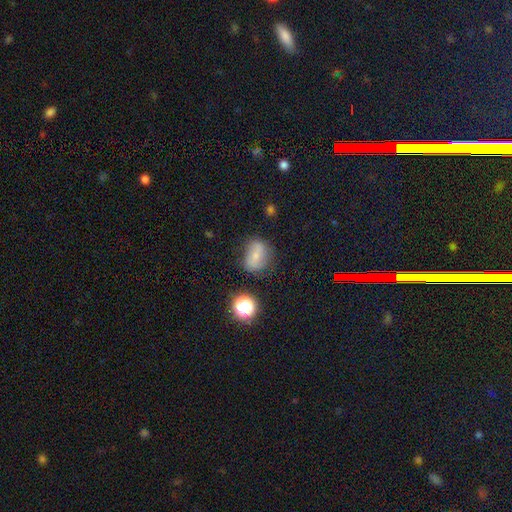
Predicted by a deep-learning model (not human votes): Q: Smooth or featured?
A: smooth (61%); runner-up: featured or disk (24%)
Q: How rounded?
A: in between (59%); runner-up: round (39%)
Q: Merging?
A: none (63%); runner-up: minor disturbance (24%)